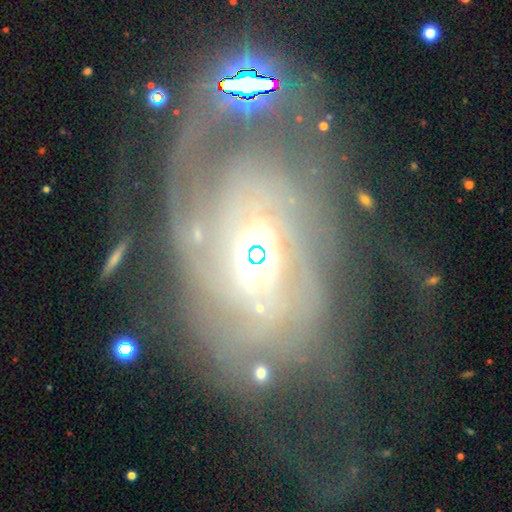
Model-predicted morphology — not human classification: The model was most divided on "spiral winding": tight: 46%, medium: 35%, loose: 19%. Remaining: edge-on disk — no (95%); spiral arms — yes (86%); smooth or featured — featured or disk (81%); bulge size — moderate (55%); bar — no (49%); merging — none (46%); spiral arm count — 2 (42%).